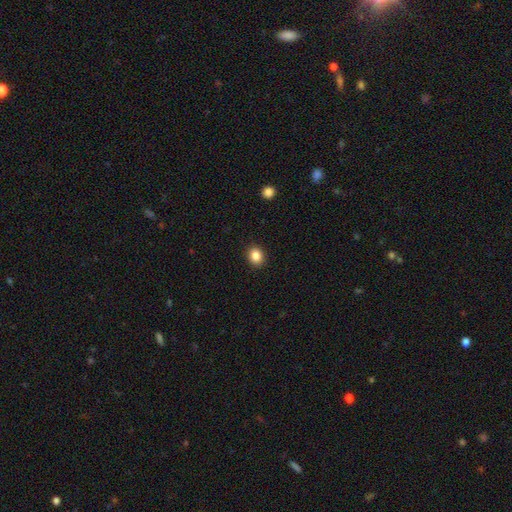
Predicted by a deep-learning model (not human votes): A smooth galaxy with no disk features (86%) that is round (61%).

Vote fractions:
- Smooth or featured? smooth: 86% / star or artifact: 10% / featured or disk: 4%
- How rounded? round: 61% / in between: 38% / cigar-shaped: 1%
- Merging? none: 91% / minor disturbance: 6% / major disturbance: 2% / merger: 1%